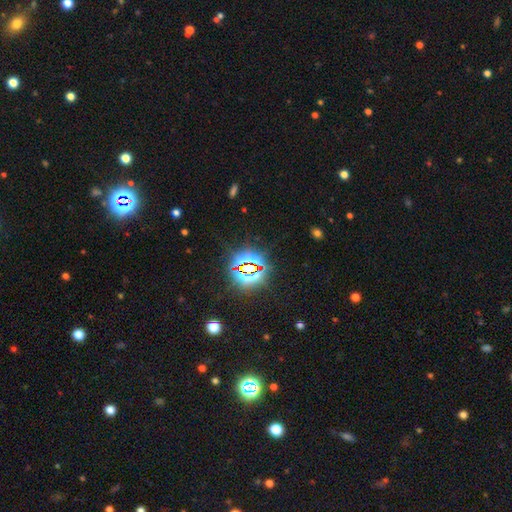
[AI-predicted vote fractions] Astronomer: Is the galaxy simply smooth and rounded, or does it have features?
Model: star or artifact — 82%.